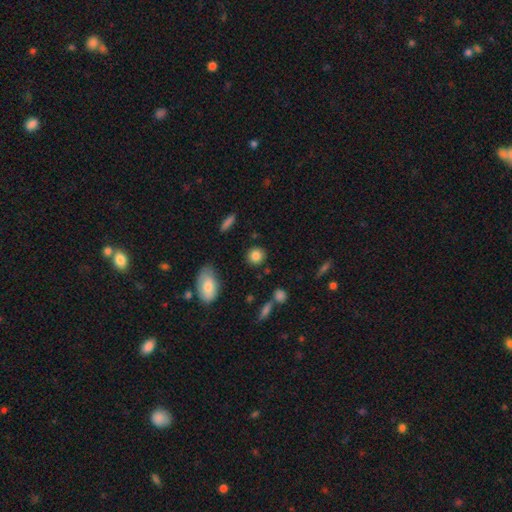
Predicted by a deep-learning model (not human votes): smooth 84%, star or artifact 9%, featured or disk 7%. Down the decision tree: how rounded — round (84%); merging — none (87%).